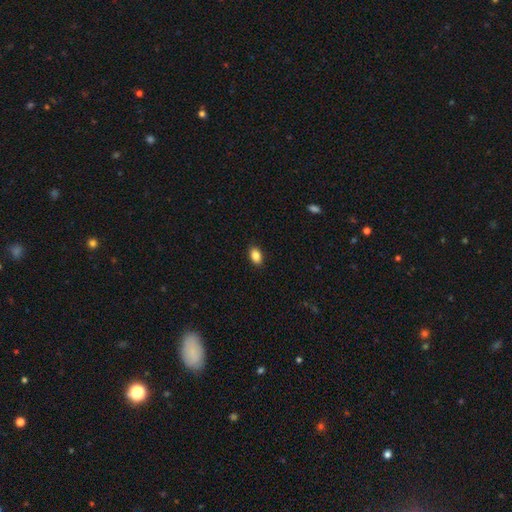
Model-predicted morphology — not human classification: Smooth or featured?
  - smooth: 88% *
  - star or artifact: 8%
  - featured or disk: 4%
How rounded?
  - in between: 89% *
  - round: 10%
  - cigar-shaped: 2%
Merging?
  - none: 89% *
  - minor disturbance: 8%
  - major disturbance: 2%
  - merger: 1%